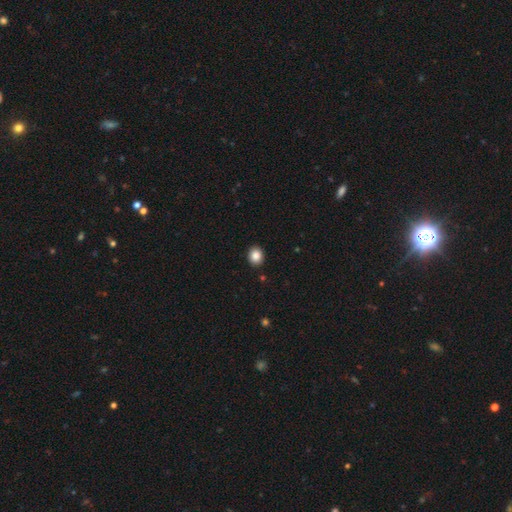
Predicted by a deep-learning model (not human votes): Smooth or featured? smooth (86%)
How rounded? round (66%)
Merging? none (91%)